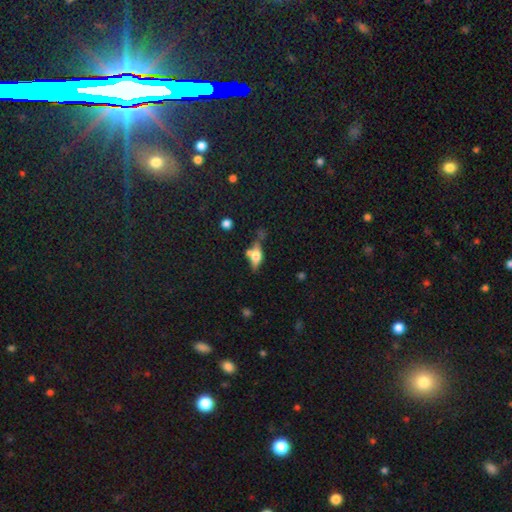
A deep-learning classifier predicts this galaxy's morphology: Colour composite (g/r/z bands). It shows a featured or disk galaxy (48%). Merging: none (52%).